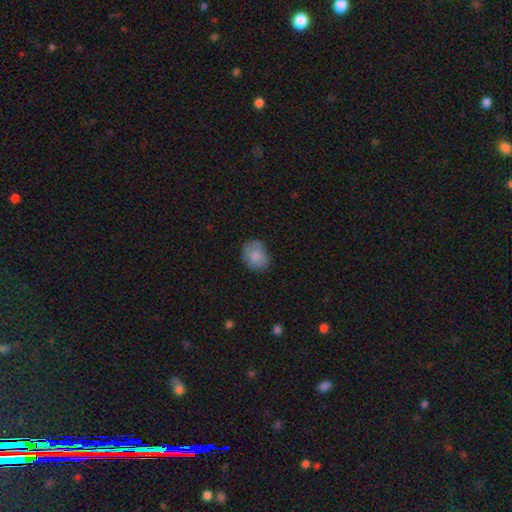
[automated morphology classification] Smooth or featured? Predicted: smooth (p=0.82). How rounded? Predicted: in between (p=0.55). Merging? Predicted: none (p=0.71).